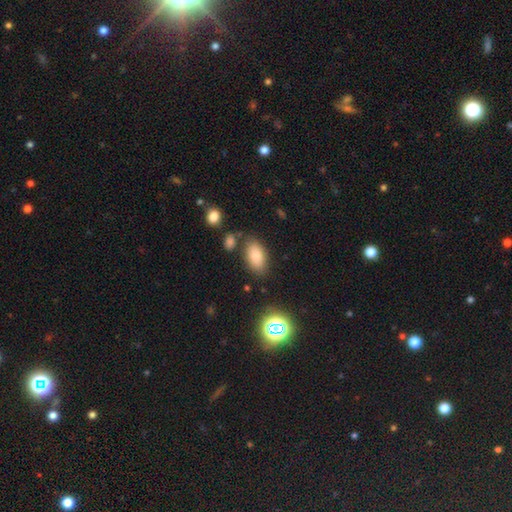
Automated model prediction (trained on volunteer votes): Smooth or featured?
  - smooth: 81% *
  - star or artifact: 10%
  - featured or disk: 9%
How rounded?
  - in between: 92% *
  - round: 6%
  - cigar-shaped: 3%
Merging?
  - none: 77% *
  - minor disturbance: 13%
  - merger: 6%
  - major disturbance: 4%